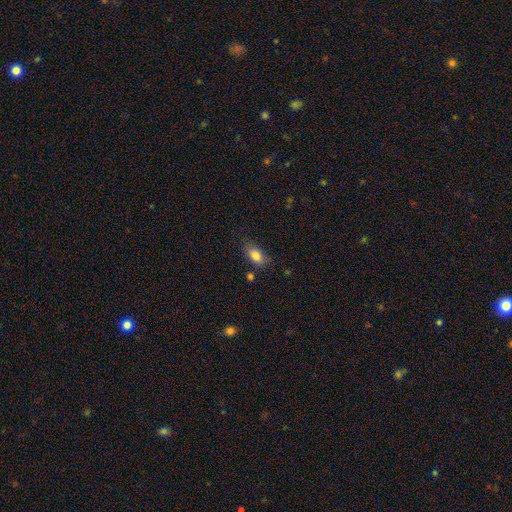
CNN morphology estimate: A smooth galaxy with no disk features (83%) that is in between round and cigar-shaped (88%).

Vote fractions:
- Smooth or featured? smooth: 83% / featured or disk: 8% / star or artifact: 8%
- How rounded? in between: 88% / round: 6% / cigar-shaped: 5%
- Merging? none: 76% / minor disturbance: 17% / major disturbance: 4% / merger: 3%